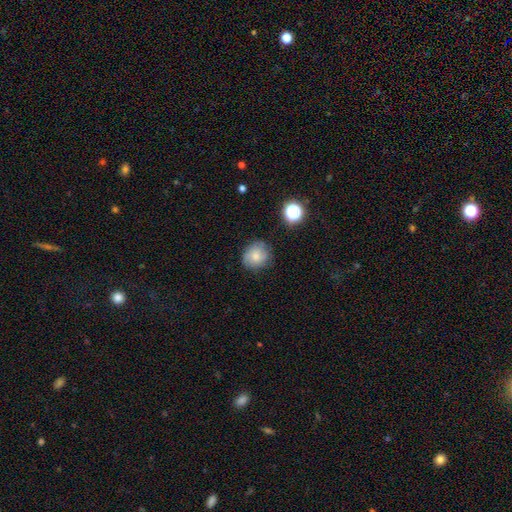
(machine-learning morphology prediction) smooth 71%, featured or disk 18%, star or artifact 11%. Down the decision tree: how rounded — round (82%); merging — none (75%).